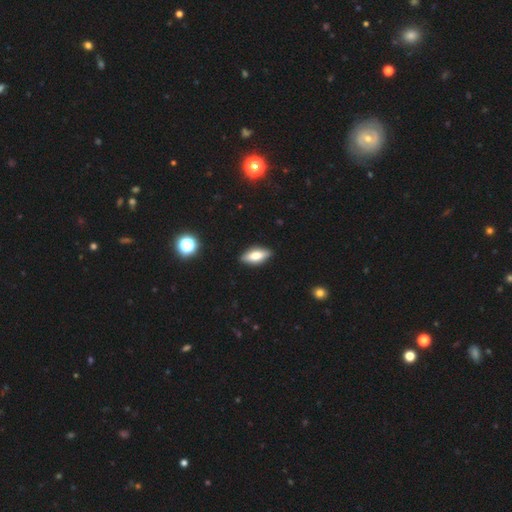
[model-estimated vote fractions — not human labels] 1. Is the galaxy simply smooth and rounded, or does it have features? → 63% smooth, 29% featured or disk, 8% star or artifact.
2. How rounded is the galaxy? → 75% in between, 21% cigar-shaped, 3% round.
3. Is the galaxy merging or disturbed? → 88% none, 9% minor disturbance, 2% major disturbance, 1% merger.